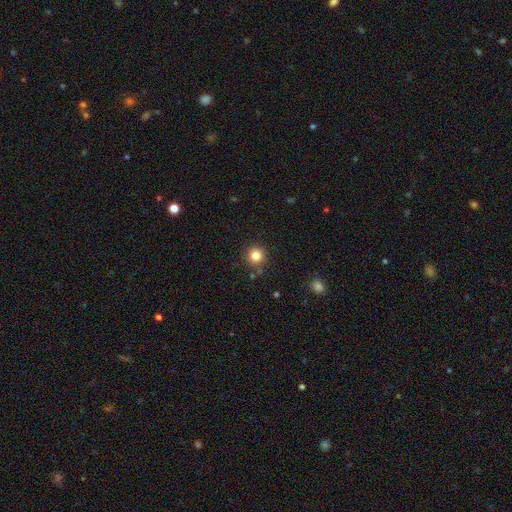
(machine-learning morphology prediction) smooth 82%, star or artifact 12%, featured or disk 6%. Down the decision tree: how rounded — round (95%); merging — none (88%).